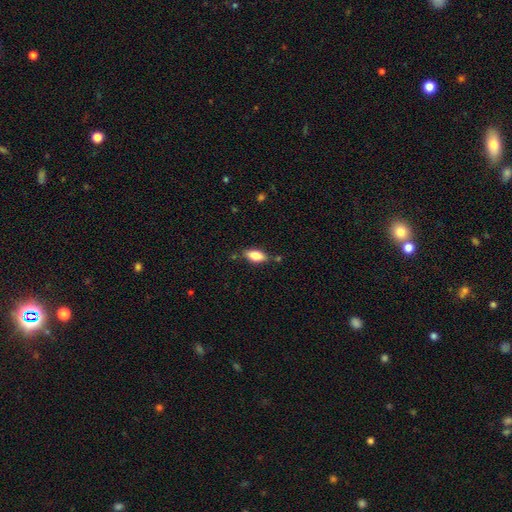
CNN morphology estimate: A smooth galaxy with no disk features (80%) that is in between round and cigar-shaped (86%).

Vote fractions:
- Smooth or featured? smooth: 80% / featured or disk: 13% / star or artifact: 7%
- How rounded? in between: 86% / cigar-shaped: 11% / round: 3%
- Merging? none: 80% / minor disturbance: 14% / merger: 3% / major disturbance: 3%